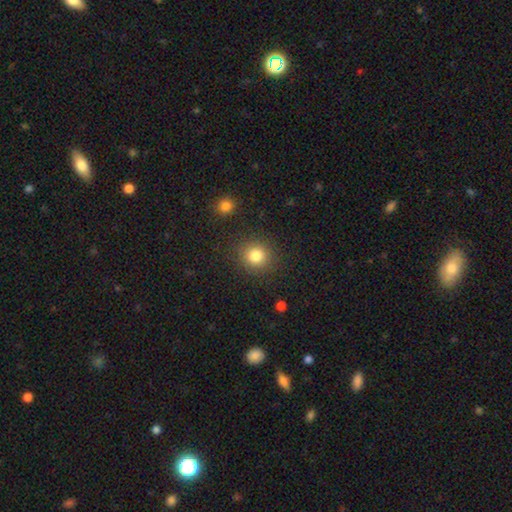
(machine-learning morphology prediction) Smooth or featured?
  - smooth: 82% *
  - star or artifact: 12%
  - featured or disk: 7%
How rounded?
  - round: 87% *
  - in between: 12%
  - cigar-shaped: 1%
Merging?
  - none: 88% *
  - minor disturbance: 7%
  - major disturbance: 3%
  - merger: 2%